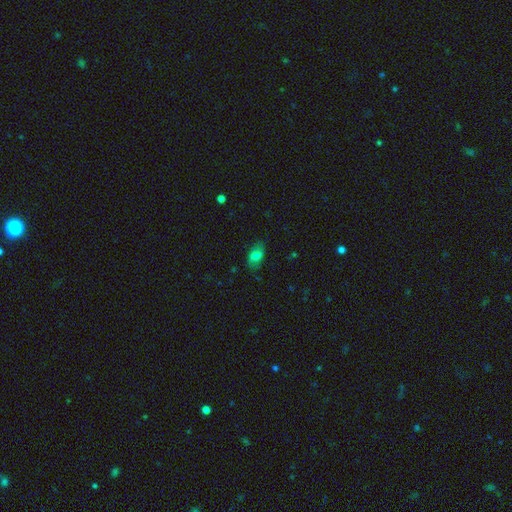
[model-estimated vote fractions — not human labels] Smooth or featured: smooth — 71% (featured or disk — 19%)
How rounded: in between — 87% (round — 9%)
Merging: none — 75% (minor disturbance — 19%)